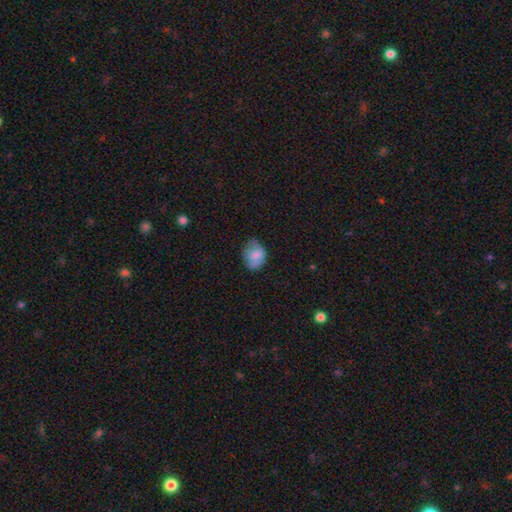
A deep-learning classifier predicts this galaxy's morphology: Q: Smooth or featured?
A: smooth (76%); runner-up: featured or disk (16%)
Q: How rounded?
A: in between (63%); runner-up: round (36%)
Q: Merging?
A: none (50%); runner-up: minor disturbance (37%)